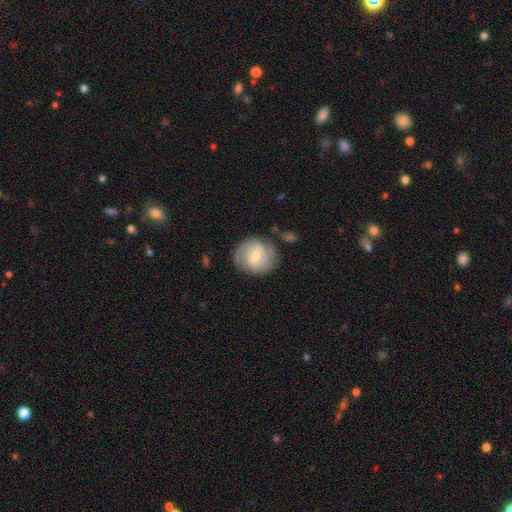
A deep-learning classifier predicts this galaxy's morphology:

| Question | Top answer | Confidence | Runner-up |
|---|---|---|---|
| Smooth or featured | featured or disk | 64% | smooth (30%) |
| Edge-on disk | no | 97% | yes (3%) |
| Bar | weak | 53% | no (32%) |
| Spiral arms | yes | 81% | no (19%) |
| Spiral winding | tight | 52% | medium (35%) |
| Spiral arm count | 2 | 66% | can't tell (21%) |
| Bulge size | moderate | 57% | small (37%) |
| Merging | none | 67% | minor disturbance (20%) |